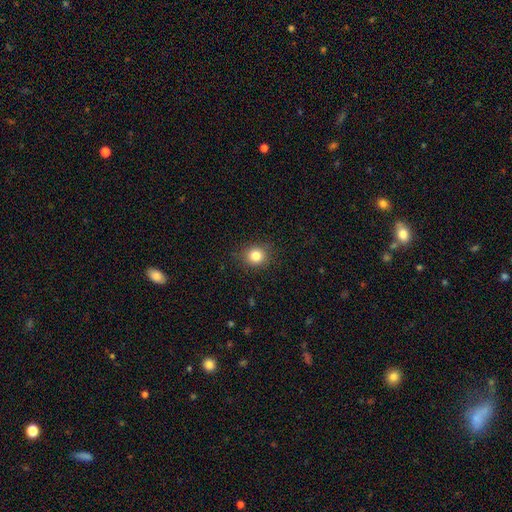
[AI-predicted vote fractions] The model was most divided on "how rounded": round: 85%, in between: 14%, cigar-shaped: 1%. More confident: merging — none (88%); smooth or featured — smooth (83%).